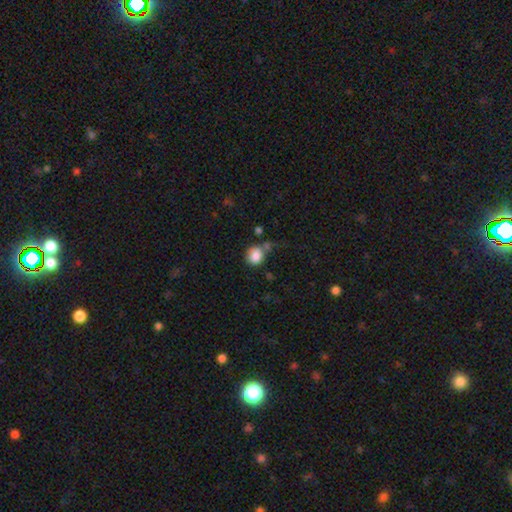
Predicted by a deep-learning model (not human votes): Overall: smooth (86%). How rounded: round (78%). Merging: none (58%; minor disturbance 19%).